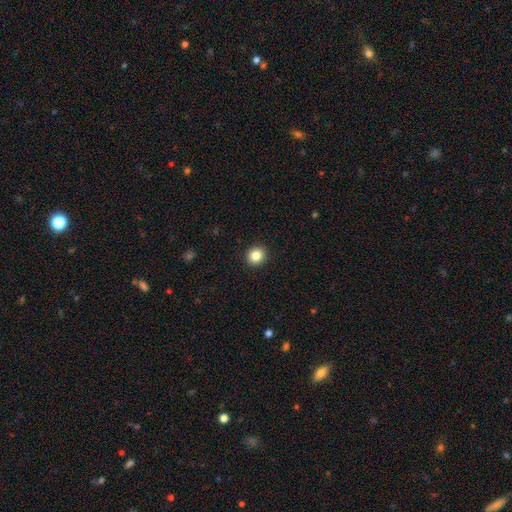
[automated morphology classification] This appears to be a smooth galaxy with no disk features (84%) that is round (86%). Merging: none (93%).